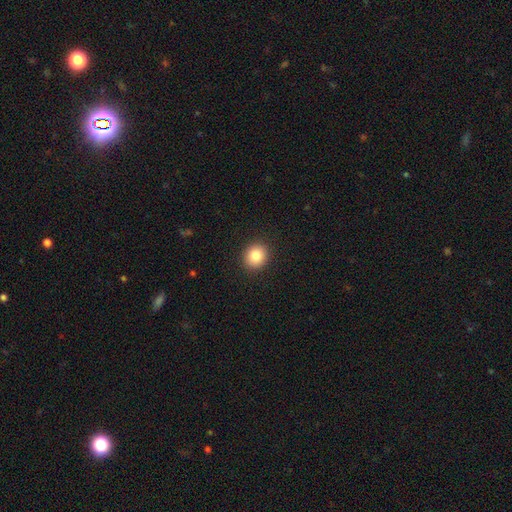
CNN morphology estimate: smooth-or-featured: smooth: 84% | star or artifact: 10% | featured or disk: 7%
  how-rounded: round: 78% | in between: 21% | cigar-shaped: 1%
  merging: none: 91% | minor disturbance: 6% | major disturbance: 2% | merger: 1%